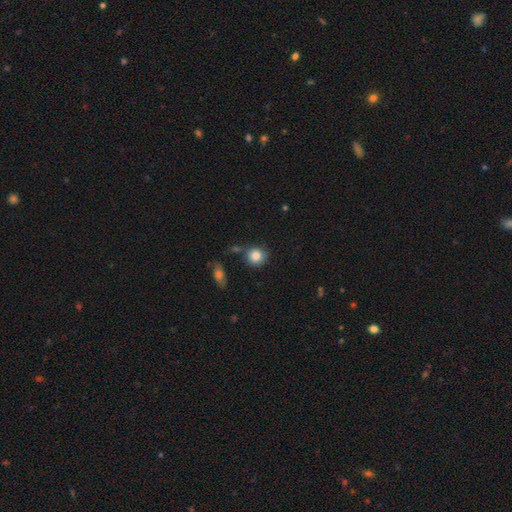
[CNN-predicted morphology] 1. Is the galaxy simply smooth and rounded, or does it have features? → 84% smooth, 9% star or artifact, 7% featured or disk.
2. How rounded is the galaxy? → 84% round, 15% in between, 1% cigar-shaped.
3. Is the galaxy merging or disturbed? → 71% none, 15% minor disturbance, 10% merger, 4% major disturbance.